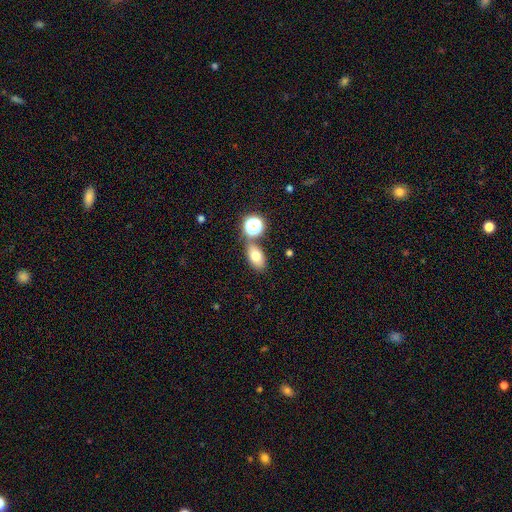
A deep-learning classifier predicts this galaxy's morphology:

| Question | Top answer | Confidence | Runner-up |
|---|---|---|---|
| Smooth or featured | smooth | 72% | star or artifact (14%) |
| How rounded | in between | 83% | round (14%) |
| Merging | none | 70% | merger (14%) |